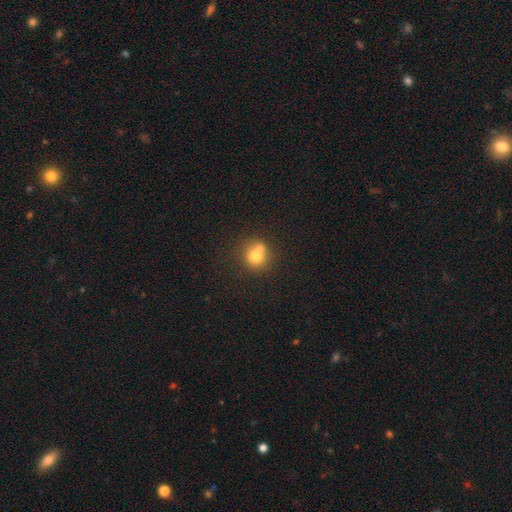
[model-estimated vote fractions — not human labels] smooth 71%, featured or disk 17%, star or artifact 12%. Down the decision tree: how rounded — round (85%); merging — merger (48%).